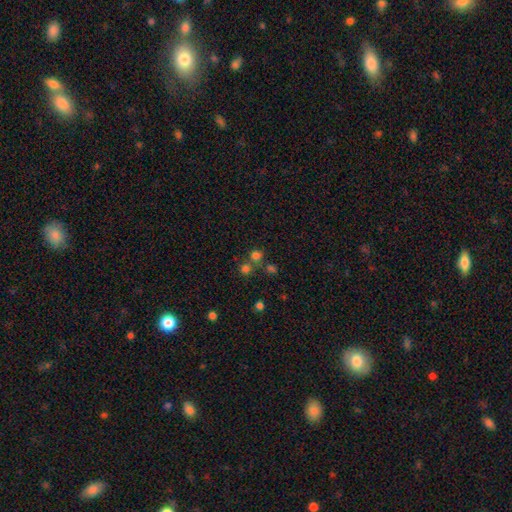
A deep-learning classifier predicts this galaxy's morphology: Q: Smooth or featured?
A: smooth (70%); runner-up: star or artifact (23%)
Q: How rounded?
A: round (86%); runner-up: in between (13%)
Q: Merging?
A: none (63%); runner-up: merger (26%)